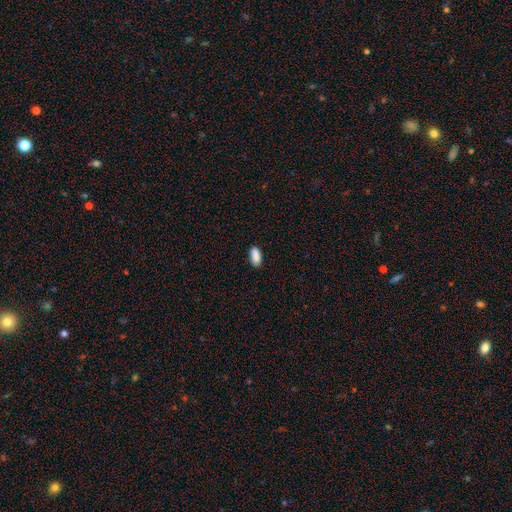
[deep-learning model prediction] Smooth or featured? smooth (90%)
How rounded? in between (90%)
Merging? none (87%)